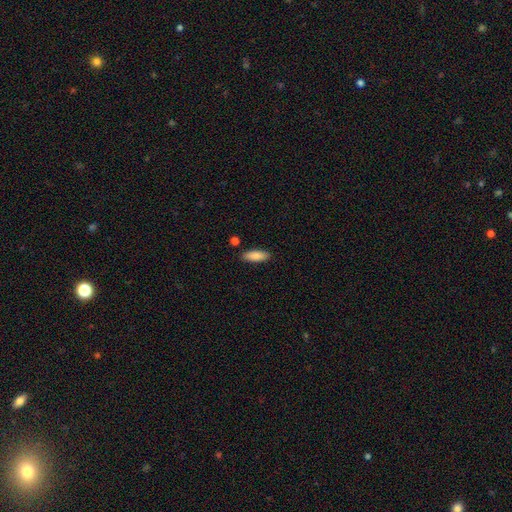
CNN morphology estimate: smooth 86%, featured or disk 8%, star or artifact 6%. Down the decision tree: how rounded — in between (67%); merging — none (86%).